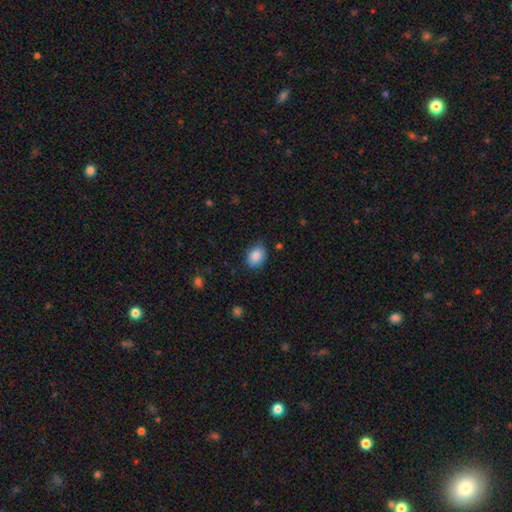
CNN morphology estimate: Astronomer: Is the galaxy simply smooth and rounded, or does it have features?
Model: smooth — 87%.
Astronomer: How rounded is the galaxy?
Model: in between — 64%.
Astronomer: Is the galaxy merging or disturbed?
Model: none — 81%.